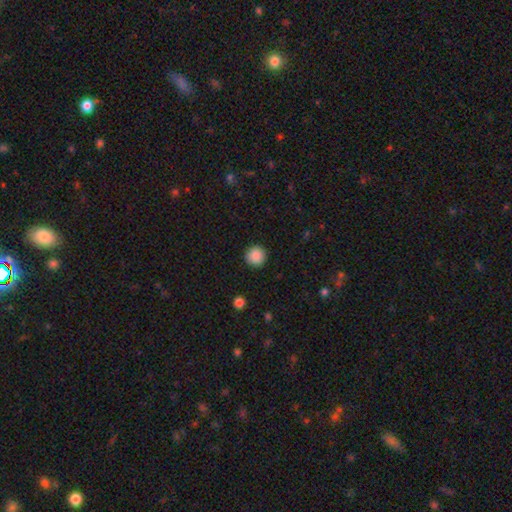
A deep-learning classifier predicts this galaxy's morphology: smooth-or-featured: smooth: 88% | star or artifact: 9% | featured or disk: 3%
  how-rounded: round: 95% | in between: 4% | cigar-shaped: 1%
  merging: none: 92% | minor disturbance: 5% | major disturbance: 2% | merger: 1%